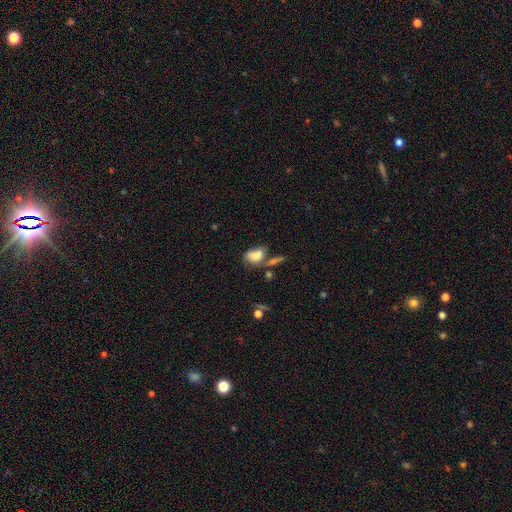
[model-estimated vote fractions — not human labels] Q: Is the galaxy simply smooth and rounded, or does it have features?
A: smooth — 66%.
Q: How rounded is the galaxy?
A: in between — 76%.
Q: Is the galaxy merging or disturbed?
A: merger — 37%.